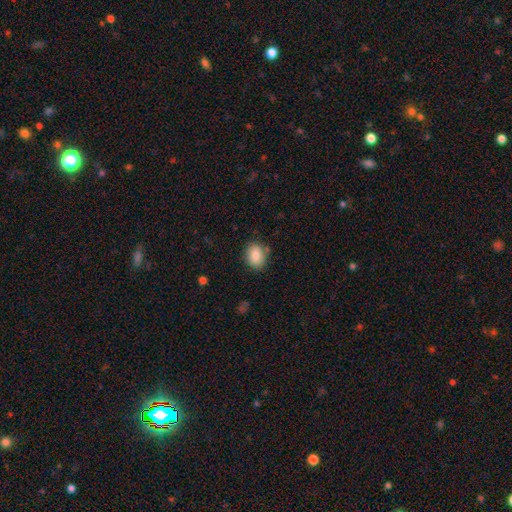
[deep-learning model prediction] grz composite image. It shows a smooth galaxy with no disk features (85%) that is in between round and cigar-shaped (58%). Merging: none (83%).